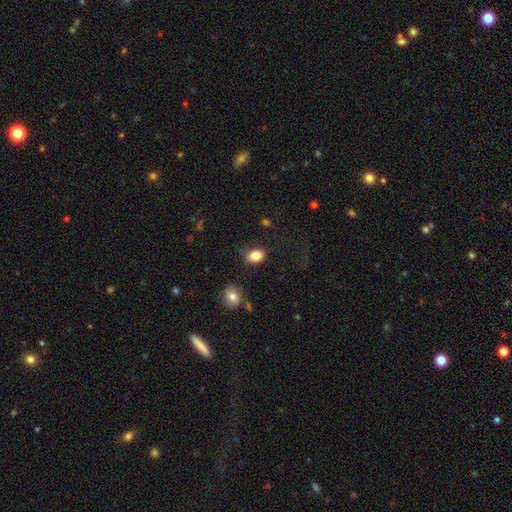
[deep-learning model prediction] Smooth or featured? smooth (83%)
How rounded? in between (73%)
Merging? none (74%)